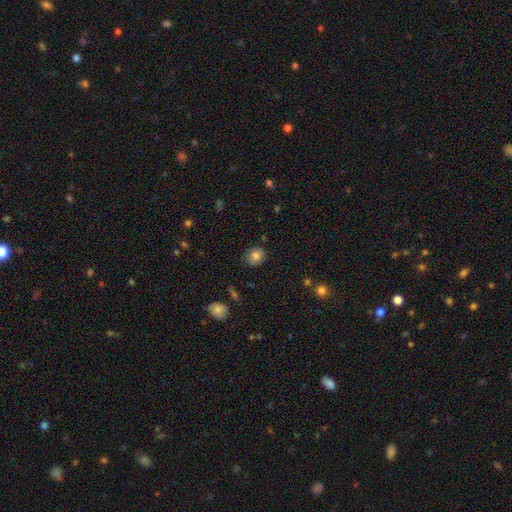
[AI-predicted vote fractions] Smooth or featured? Predicted: smooth (p=0.82). How rounded? Predicted: round (p=0.72). Merging? Predicted: none (p=0.83).